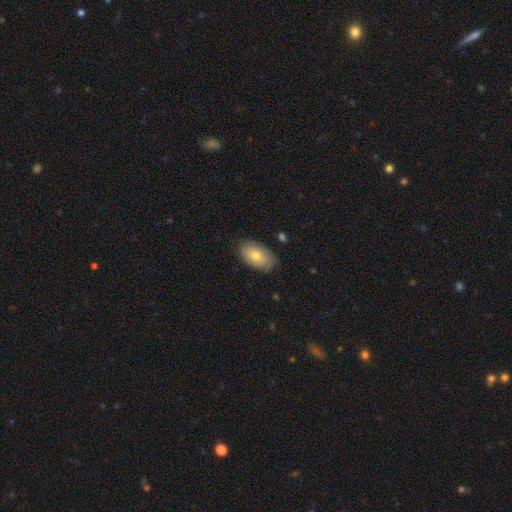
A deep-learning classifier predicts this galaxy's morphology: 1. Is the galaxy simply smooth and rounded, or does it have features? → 59% smooth, 34% featured or disk, 7% star or artifact.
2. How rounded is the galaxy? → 91% in between, 7% round, 1% cigar-shaped.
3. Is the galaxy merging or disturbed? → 76% none, 19% minor disturbance, 4% major disturbance, 1% merger.